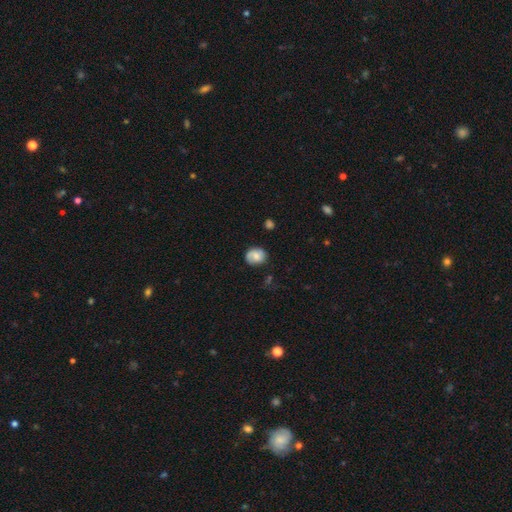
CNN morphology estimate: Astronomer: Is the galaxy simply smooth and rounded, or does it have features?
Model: smooth — 65%.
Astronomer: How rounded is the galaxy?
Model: round — 60% (runner-up: in between, 39%).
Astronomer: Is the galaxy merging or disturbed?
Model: none — 72%.